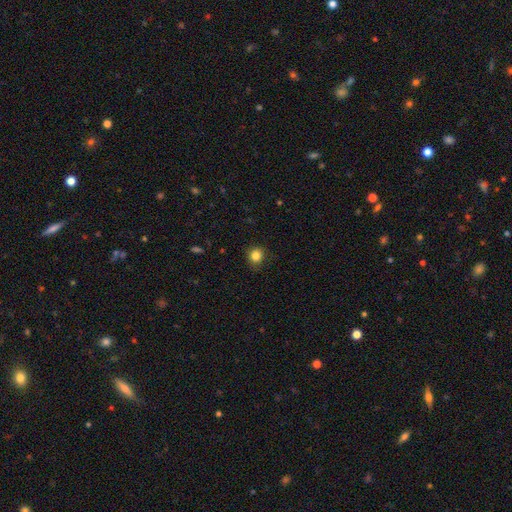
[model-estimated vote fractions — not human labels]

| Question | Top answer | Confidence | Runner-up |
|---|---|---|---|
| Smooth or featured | smooth | 84% | star or artifact (12%) |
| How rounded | round | 87% | in between (12%) |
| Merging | none | 87% | minor disturbance (10%) |